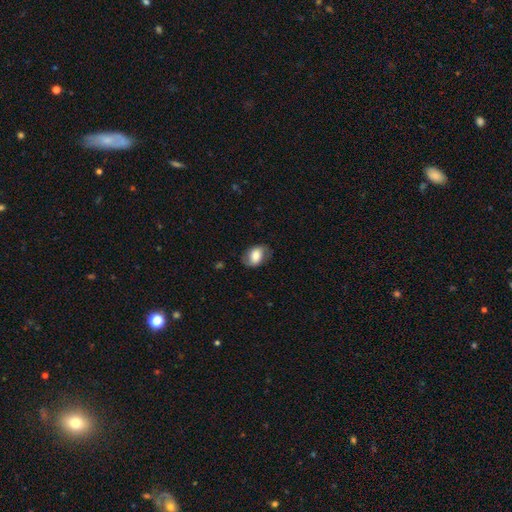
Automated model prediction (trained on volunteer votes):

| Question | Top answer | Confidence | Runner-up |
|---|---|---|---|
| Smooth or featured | smooth | 60% | featured or disk (33%) |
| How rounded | in between | 76% | round (22%) |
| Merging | none | 72% | minor disturbance (19%) |